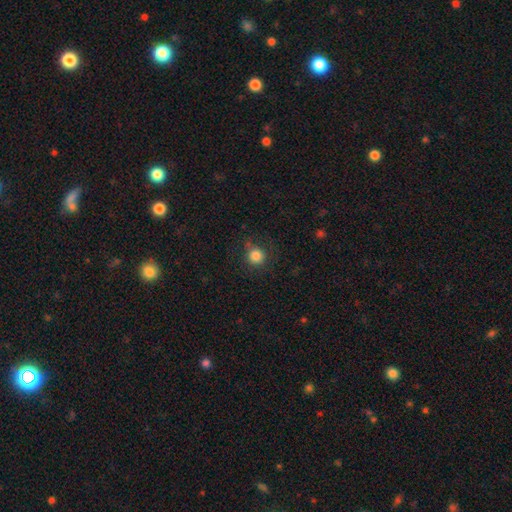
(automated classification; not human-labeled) Smooth or featured? smooth (84%)
How rounded? round (92%)
Merging? none (79%)